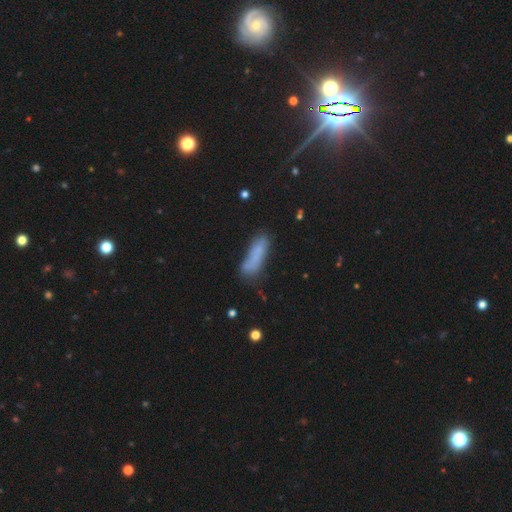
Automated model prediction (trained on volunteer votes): This is likely a smooth galaxy (74%). How rounded: likely cigar-shaped (63%). Merging: possibly none (58%).